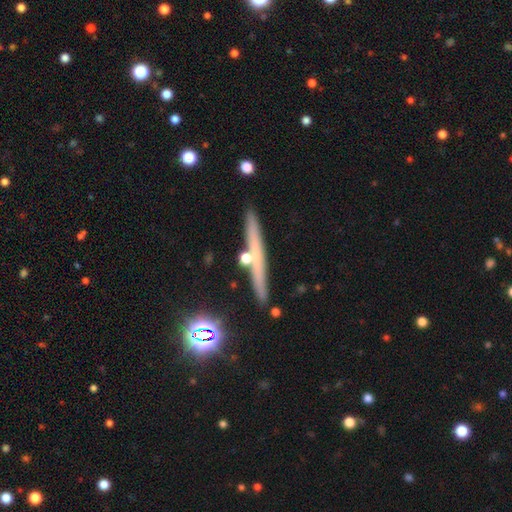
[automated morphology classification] Smooth or featured? Predicted: featured or disk (p=0.52). Edge-on disk? Predicted: yes (p=0.95). Merging? Predicted: none (p=0.85).